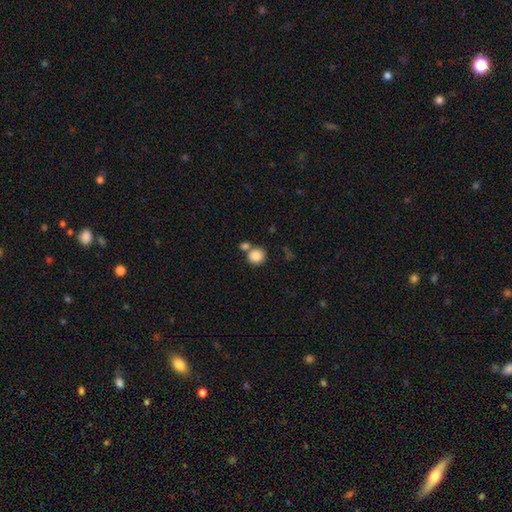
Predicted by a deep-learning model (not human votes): smooth-or-featured: smooth: 86% | star or artifact: 9% | featured or disk: 5%
  how-rounded: round: 88% | in between: 11% | cigar-shaped: 1%
  merging: none: 59% | merger: 28% | minor disturbance: 9% | major disturbance: 3%